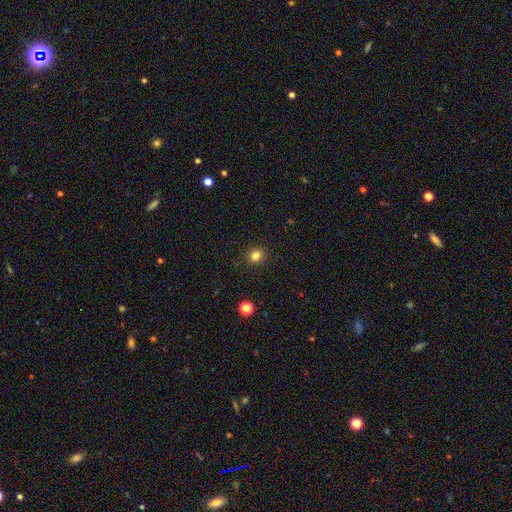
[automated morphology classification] smooth_or_featured: smooth (p=0.81) [alt: star or artifact p=0.14]
how_rounded: round (p=0.83) [alt: in between p=0.16]
merging: none (p=0.91) [alt: minor disturbance p=0.06]